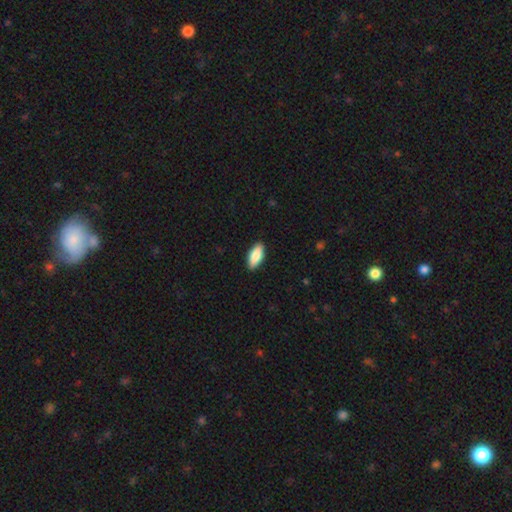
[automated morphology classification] smooth 81%, featured or disk 13%, star or artifact 6%. Down the decision tree: how rounded — in between (83%); merging — none (89%).